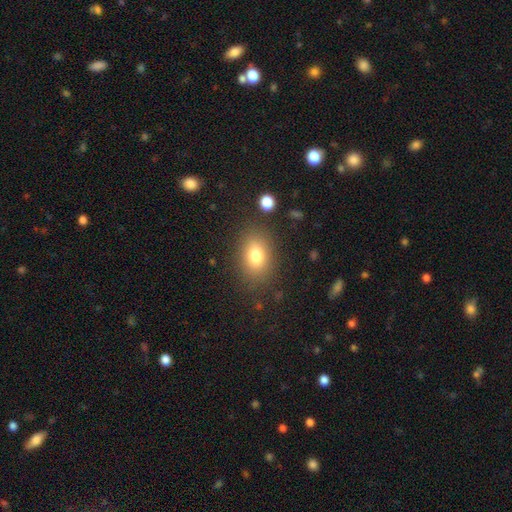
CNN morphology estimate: Smooth or featured: smooth — 80% (star or artifact — 10%)
How rounded: in between — 77% (round — 22%)
Merging: none — 81% (minor disturbance — 12%)